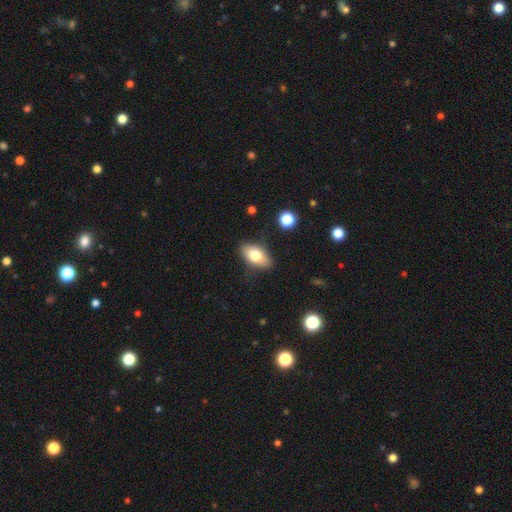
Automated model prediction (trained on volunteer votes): The model was most divided on "smooth or featured": smooth: 73%, featured or disk: 19%, star or artifact: 8%. More confident: how rounded — in between (89%); merging — none (82%).